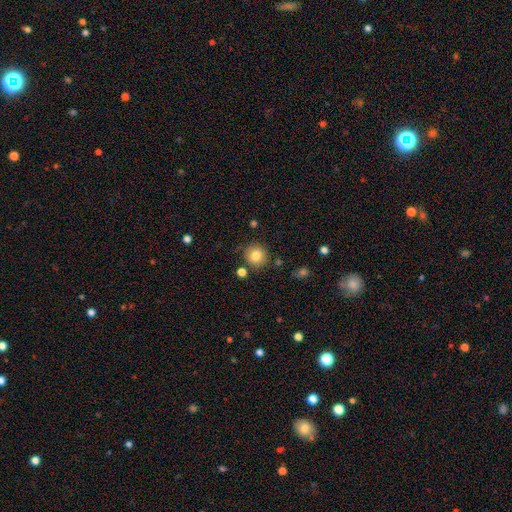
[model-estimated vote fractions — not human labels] smooth_or_featured: smooth (p=0.81) [alt: star or artifact p=0.11]
how_rounded: round (p=0.92) [alt: in between p=0.07]
merging: none (p=0.83) [alt: minor disturbance p=0.10]